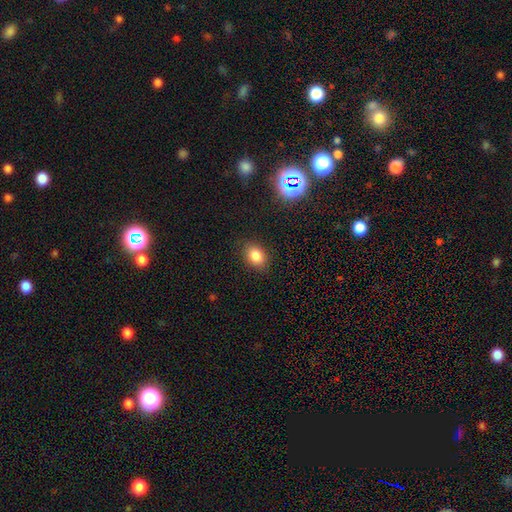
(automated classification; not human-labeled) Smooth or featured: smooth — 83% (star or artifact — 11%)
How rounded: in between — 73% (round — 26%)
Merging: none — 86% (minor disturbance — 10%)